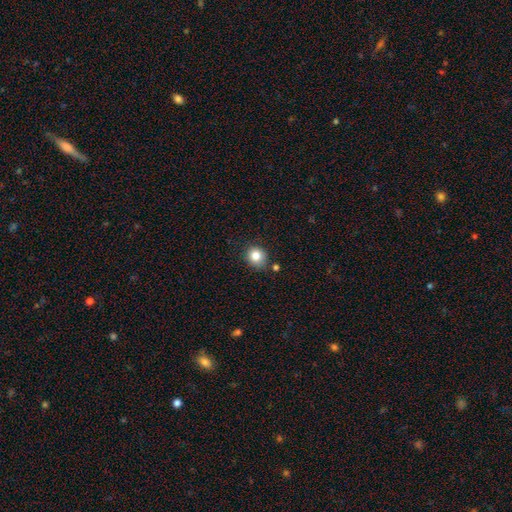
Smooth or featured? 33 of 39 (85%) said smooth. How rounded? 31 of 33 (94%) said round. Merging? 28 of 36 (78%) said none.